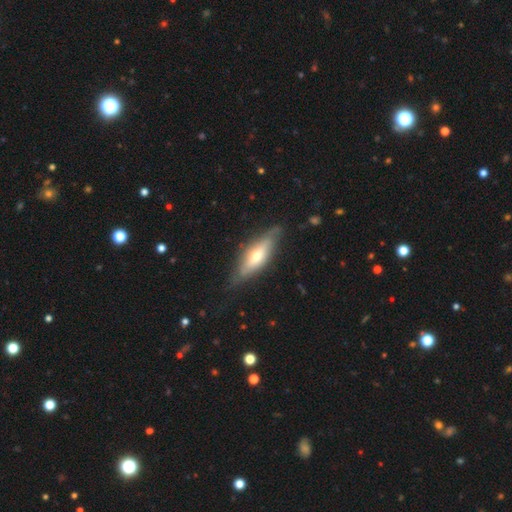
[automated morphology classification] Smooth or featured? featured or disk (52%)
Edge-on disk? yes (72%)
Merging? none (75%)